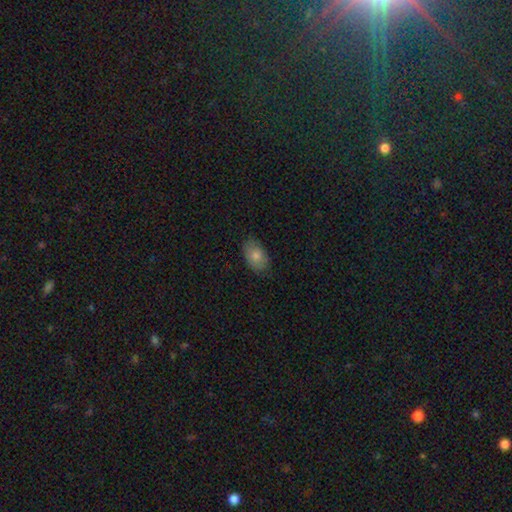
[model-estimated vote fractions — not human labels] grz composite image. It shows a smooth galaxy with no disk features (77%) that is in between round and cigar-shaped (89%). Merging: none (82%).